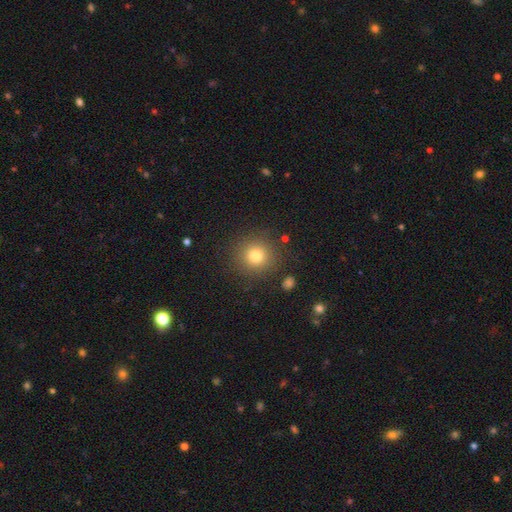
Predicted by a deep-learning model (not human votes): Q: Smooth or featured?
A: smooth (78%); runner-up: star or artifact (14%)
Q: How rounded?
A: round (91%); runner-up: in between (8%)
Q: Merging?
A: none (87%); runner-up: minor disturbance (8%)